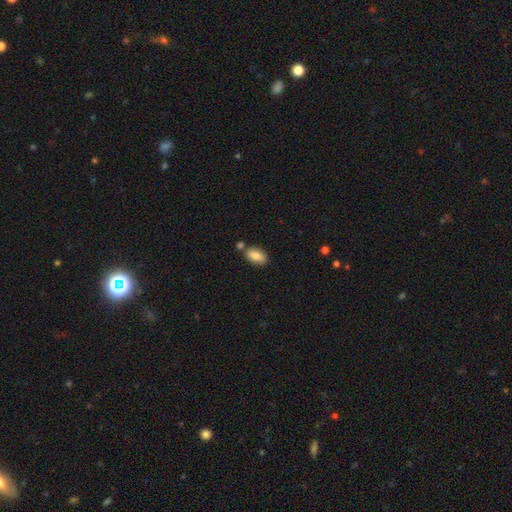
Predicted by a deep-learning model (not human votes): This is clearly a smooth galaxy (85%). How rounded: clearly in between (92%). Merging: likely none (71%).